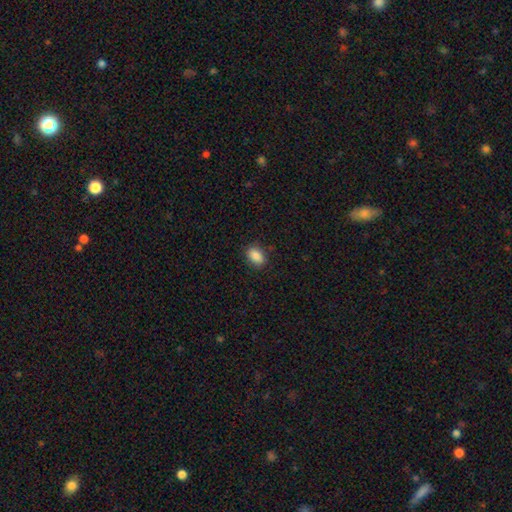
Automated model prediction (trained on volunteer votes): Smooth or featured: smooth — 88% (star or artifact — 8%)
How rounded: in between — 87% (round — 11%)
Merging: none — 85% (minor disturbance — 11%)